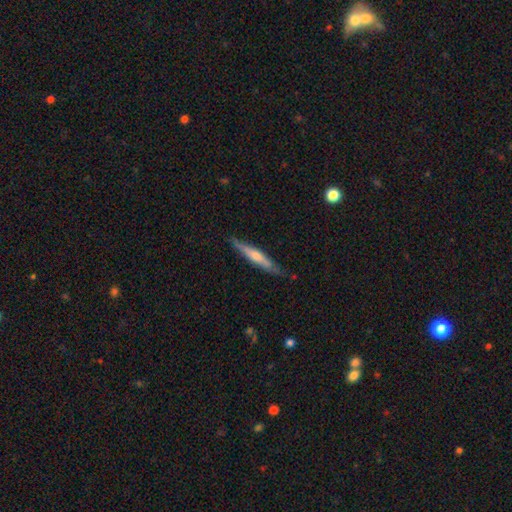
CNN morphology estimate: featured or disk 61%, smooth 32%, star or artifact 6%. Down the decision tree: edge-on disk — yes (95%); edge-on bulge — rounded (66%); merging — none (85%).